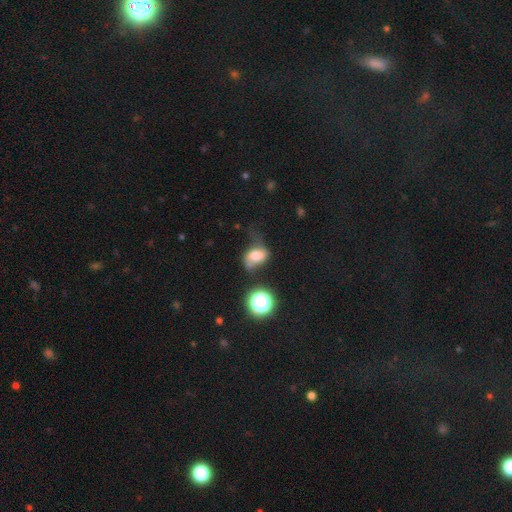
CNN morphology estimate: Smooth or featured? smooth (53%)
How rounded? in between (70%)
Merging? major disturbance (32%)